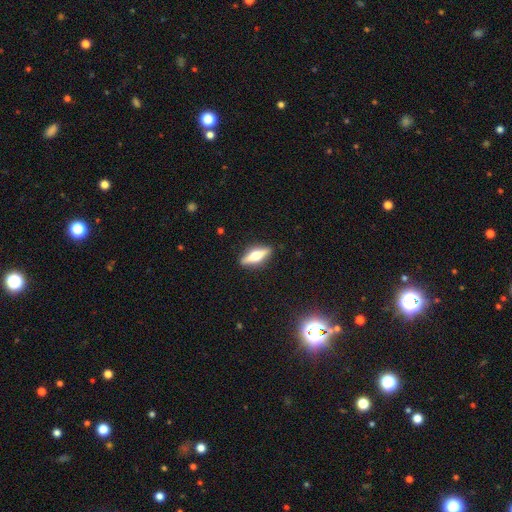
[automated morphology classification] Q: Smooth or featured?
A: featured or disk (61%); runner-up: smooth (32%)
Q: Edge-on disk?
A: yes (94%); runner-up: no (6%)
Q: Edge-on bulge?
A: rounded (95%); runner-up: boxy (3%)
Q: Merging?
A: none (90%); runner-up: minor disturbance (7%)